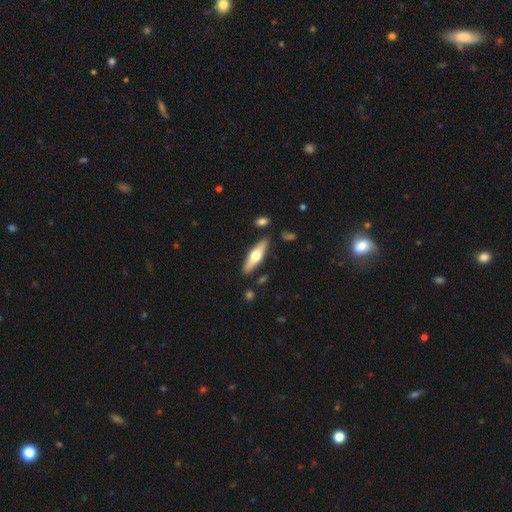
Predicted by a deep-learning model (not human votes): This appears to be a featured or disk galaxy (54%) viewed edge-on (92%). Merging: none (87%).